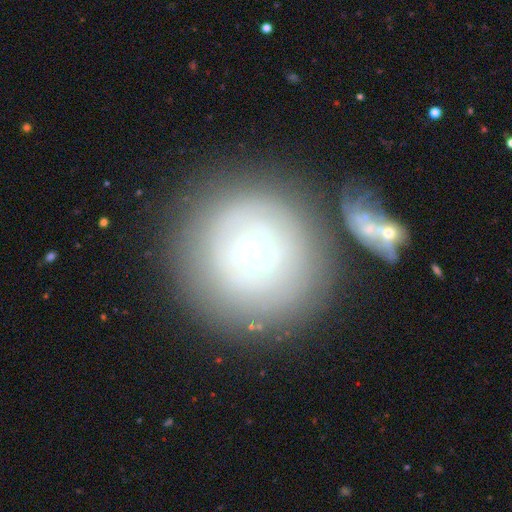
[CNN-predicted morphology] smooth_or_featured: smooth (p=0.56) [alt: featured or disk p=0.31]
how_rounded: round (p=0.94) [alt: in between p=0.05]
merging: none (p=0.66) [alt: merger p=0.14]